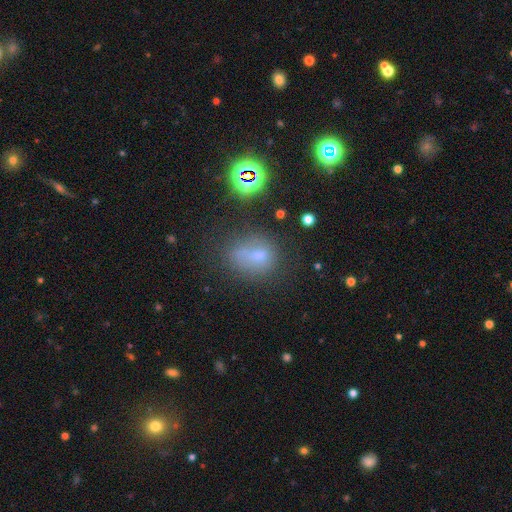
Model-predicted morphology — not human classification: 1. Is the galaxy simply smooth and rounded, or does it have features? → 58% smooth, 23% star or artifact, 19% featured or disk.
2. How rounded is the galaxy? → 50% round, 48% in between, 2% cigar-shaped.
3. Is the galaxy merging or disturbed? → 46% none, 24% minor disturbance, 17% major disturbance, 14% merger.